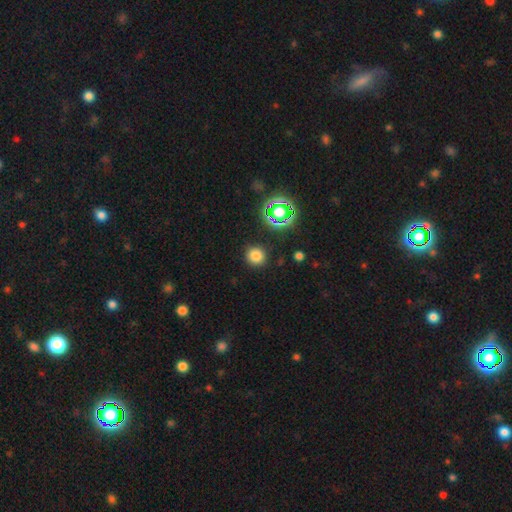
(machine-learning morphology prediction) smooth 75%, star or artifact 19%, featured or disk 6%. Down the decision tree: how rounded — round (91%); merging — none (89%).